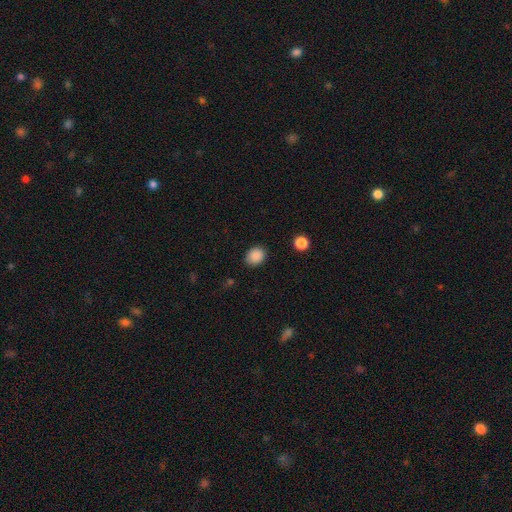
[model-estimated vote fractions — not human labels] smooth 88%, star or artifact 9%, featured or disk 3%. Down the decision tree: how rounded — round (53%); merging — none (87%).